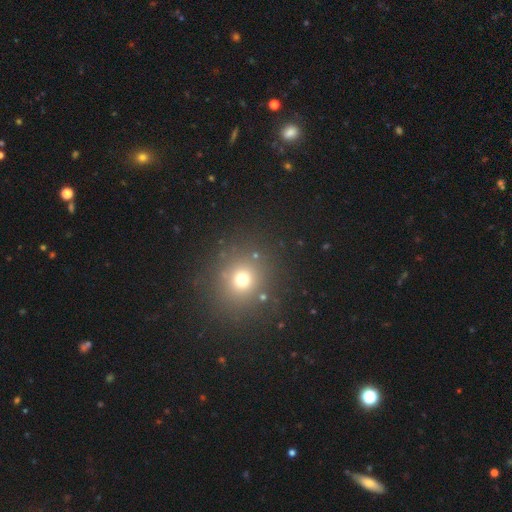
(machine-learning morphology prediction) A smooth galaxy with no disk features (65%) that is round (86%). Merging: none (87%).